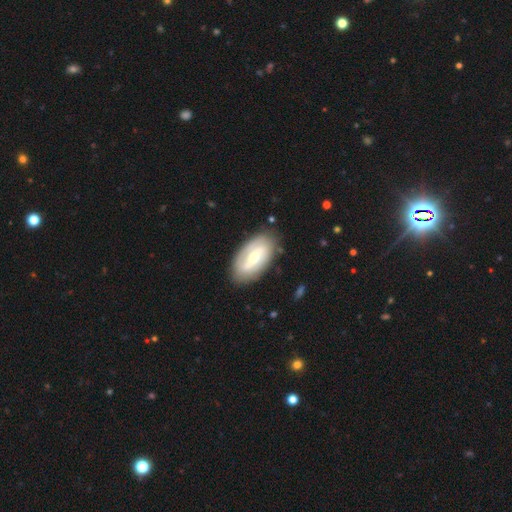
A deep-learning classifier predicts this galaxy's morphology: Smooth or featured? featured or disk (68%)
Edge-on disk? no (91%)
Bar? weak (42%)
Spiral arms? yes (69%)
Bulge size? moderate (58%)
Merging? none (84%)